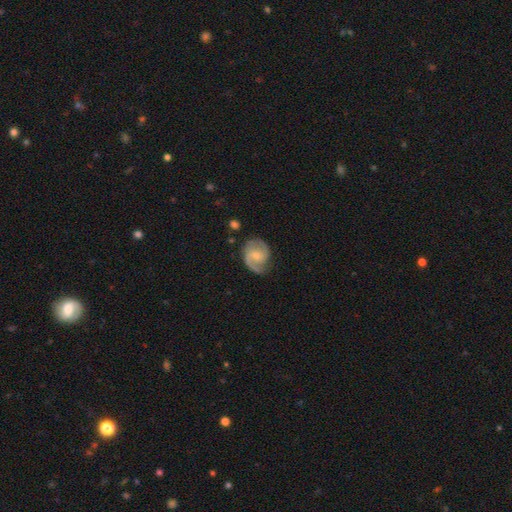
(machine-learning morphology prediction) smooth_or_featured: featured or disk (p=0.83) [alt: smooth p=0.12]
disk_edge_on: no (p=0.98) [alt: yes p=0.02]
bar: no (p=0.48) [alt: weak p=0.44]
has_spiral_arms: yes (p=0.97) [alt: no p=0.03]
spiral_winding: medium (p=0.52) [alt: tight p=0.32]
spiral_arm_count: 2 (p=0.85) [alt: 1 p=0.05]
bulge_size: small (p=0.54) [alt: moderate p=0.39]
merging: none (p=0.74) [alt: minor disturbance p=0.18]